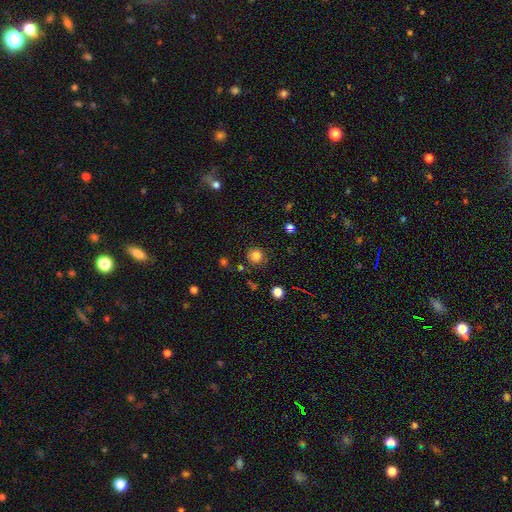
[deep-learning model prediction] smooth 82%, star or artifact 13%, featured or disk 5%. Down the decision tree: how rounded — round (93%); merging — none (84%).